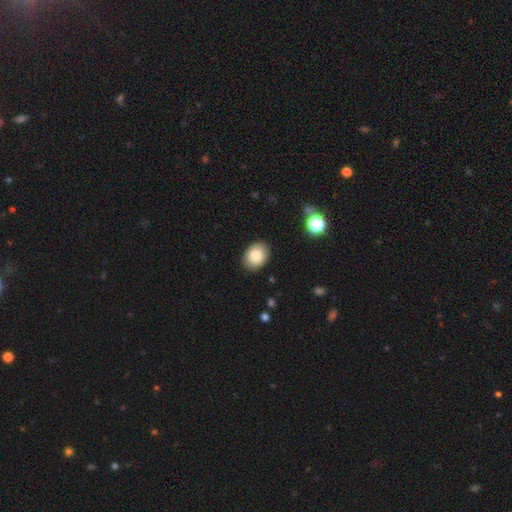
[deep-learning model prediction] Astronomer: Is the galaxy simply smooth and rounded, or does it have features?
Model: smooth — 83%.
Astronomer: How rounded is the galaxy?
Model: in between — 67%.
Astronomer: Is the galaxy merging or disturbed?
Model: none — 88%.